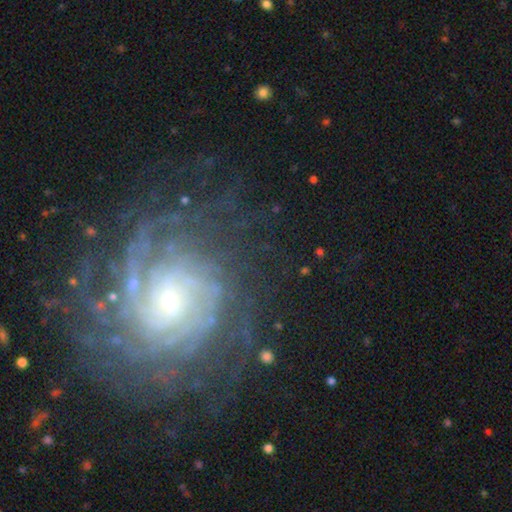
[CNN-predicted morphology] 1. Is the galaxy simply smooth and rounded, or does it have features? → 85% featured or disk, 9% star or artifact, 6% smooth.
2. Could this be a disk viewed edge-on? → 97% no, 3% yes.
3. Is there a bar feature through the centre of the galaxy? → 66% no, 26% weak, 8% strong.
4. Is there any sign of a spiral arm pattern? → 97% yes, 3% no.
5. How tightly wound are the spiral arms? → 74% tight, 21% medium, 5% loose.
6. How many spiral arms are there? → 33% can't tell, 20% more than 4, 16% 4, 12% 3, 12% 2, 8% 1.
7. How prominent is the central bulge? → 69% small, 25% moderate, 3% large, 2% none, 1% dominant.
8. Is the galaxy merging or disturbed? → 72% none, 15% minor disturbance, 11% major disturbance, 2% merger.